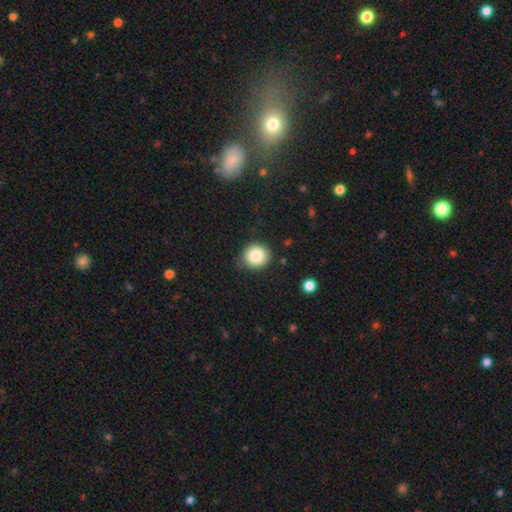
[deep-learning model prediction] smooth-or-featured: smooth: 85% | star or artifact: 10% | featured or disk: 6%
  how-rounded: round: 90% | in between: 9% | cigar-shaped: 1%
  merging: none: 83% | minor disturbance: 13% | major disturbance: 3% | merger: 2%